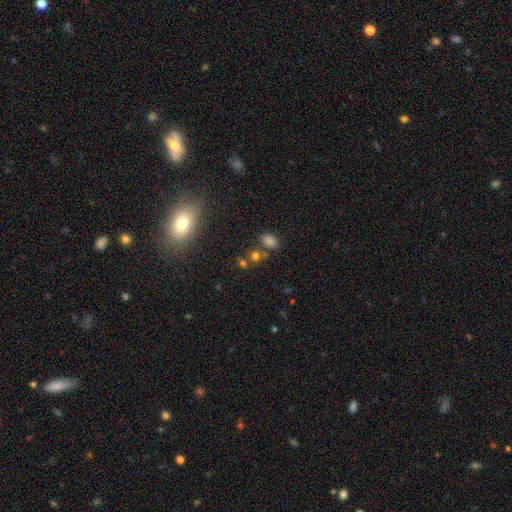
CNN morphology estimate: type=smooth (70%); roundness=in between (58%); merging=none (66%).